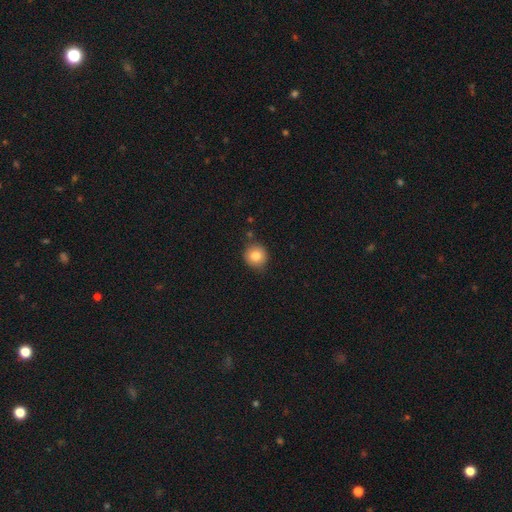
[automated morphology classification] smooth_or_featured: smooth (p=0.82) [alt: star or artifact p=0.10]
how_rounded: round (p=0.89) [alt: in between p=0.10]
merging: none (p=0.81) [alt: minor disturbance p=0.13]